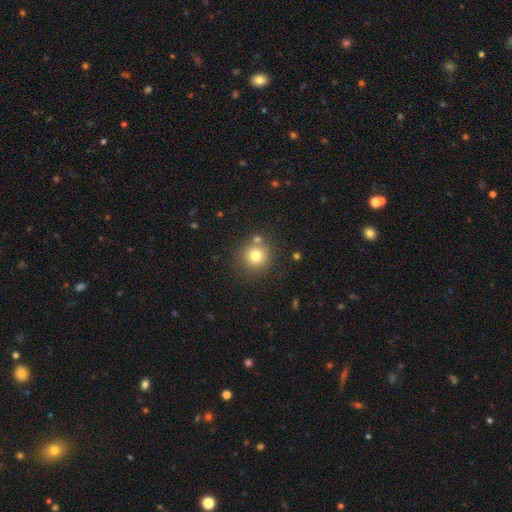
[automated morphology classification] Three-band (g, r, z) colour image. It shows a smooth galaxy with no disk features (77%) that is round (93%). Merging: none (77%).